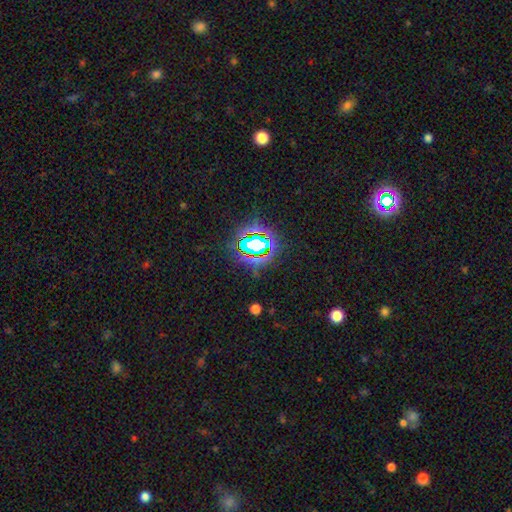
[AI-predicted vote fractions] Overall: star or artifact (80%).